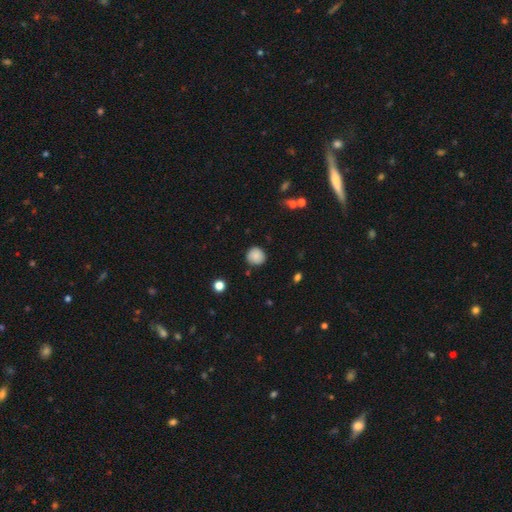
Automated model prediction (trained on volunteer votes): Overall: smooth (85%). How rounded: round (90%). Merging: none (83%).